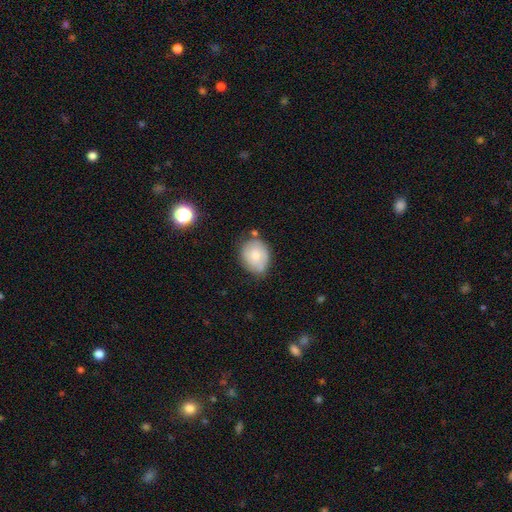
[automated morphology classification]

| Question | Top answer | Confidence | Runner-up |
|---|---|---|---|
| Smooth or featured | smooth | 56% | featured or disk (37%) |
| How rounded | in between | 50% | round (49%) |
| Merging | none | 63% | minor disturbance (25%) |